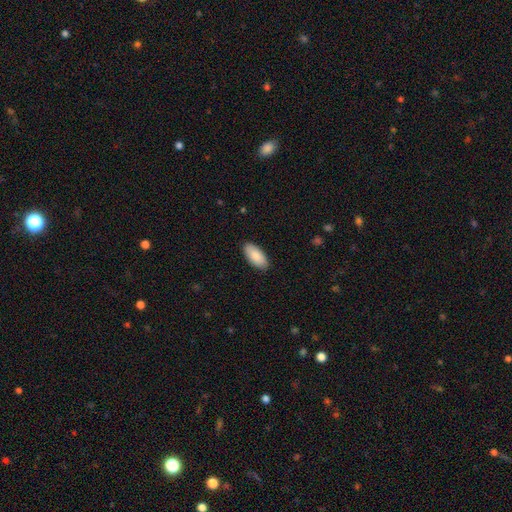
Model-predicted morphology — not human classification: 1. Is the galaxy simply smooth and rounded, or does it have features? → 88% smooth, 6% featured or disk, 6% star or artifact.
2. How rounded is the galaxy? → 92% in between, 6% cigar-shaped, 2% round.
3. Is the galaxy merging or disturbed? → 89% none, 9% minor disturbance, 2% major disturbance, 1% merger.